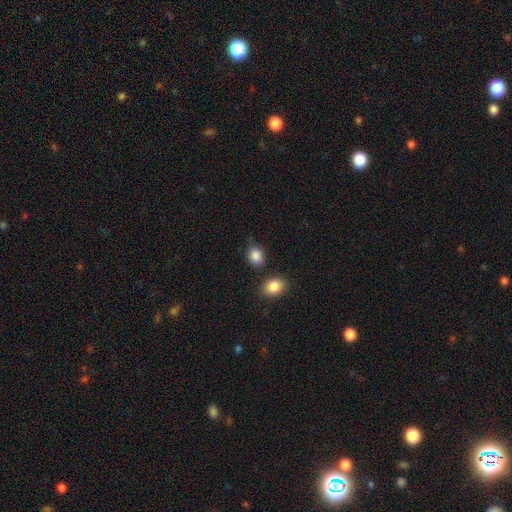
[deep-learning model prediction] Smooth or featured? smooth (86%)
How rounded? round (51%)
Merging? none (69%)